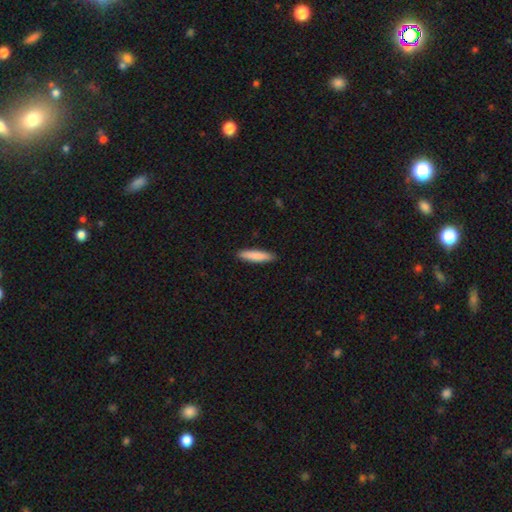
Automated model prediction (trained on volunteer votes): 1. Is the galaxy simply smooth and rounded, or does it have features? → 85% smooth, 10% featured or disk, 5% star or artifact.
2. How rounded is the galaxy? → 81% cigar-shaped, 18% in between, 1% round.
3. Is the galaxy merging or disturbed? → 91% none, 7% minor disturbance, 1% major disturbance, 1% merger.